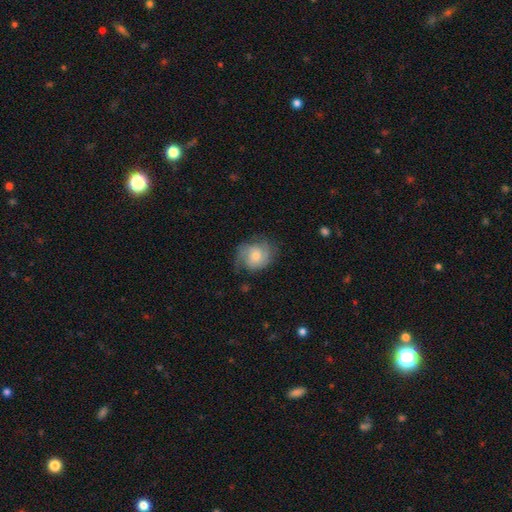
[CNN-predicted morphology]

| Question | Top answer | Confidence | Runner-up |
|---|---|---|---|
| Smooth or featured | featured or disk | 48% | smooth (45%) |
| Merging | none | 60% | minor disturbance (25%) |